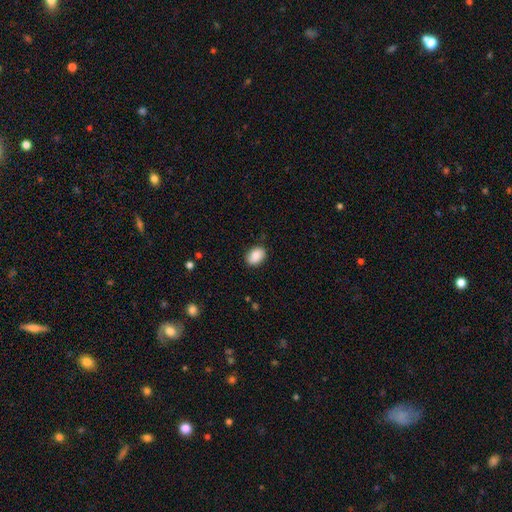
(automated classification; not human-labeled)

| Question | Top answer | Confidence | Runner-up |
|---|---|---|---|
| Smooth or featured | smooth | 87% | star or artifact (7%) |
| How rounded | in between | 79% | round (20%) |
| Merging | none | 82% | minor disturbance (14%) |